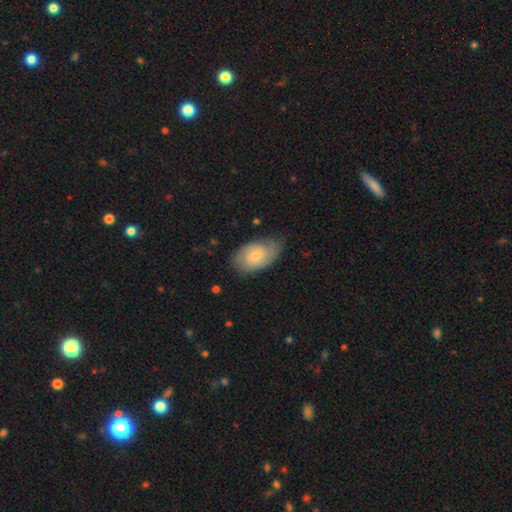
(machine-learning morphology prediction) A smooth galaxy with no disk features (51%) that is in between round and cigar-shaped (91%).

Vote fractions:
- Smooth or featured? smooth: 51% / featured or disk: 43% / star or artifact: 6%
- How rounded? in between: 91% / round: 7% / cigar-shaped: 2%
- Merging? none: 67% / minor disturbance: 25% / major disturbance: 7% / merger: 1%